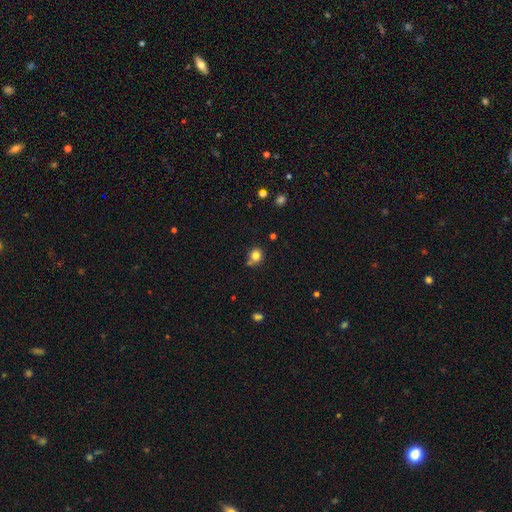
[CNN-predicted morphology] smooth_or_featured: smooth (p=0.81) [alt: star or artifact p=0.12]
how_rounded: round (p=0.81) [alt: in between p=0.18]
merging: none (p=0.65) [alt: minor disturbance p=0.16]